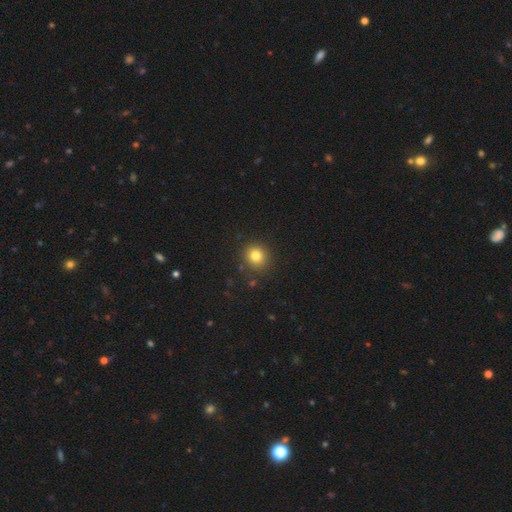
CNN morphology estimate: Smooth or featured: smooth — 80% (star or artifact — 13%)
How rounded: round — 86% (in between — 14%)
Merging: none — 88% (minor disturbance — 7%)